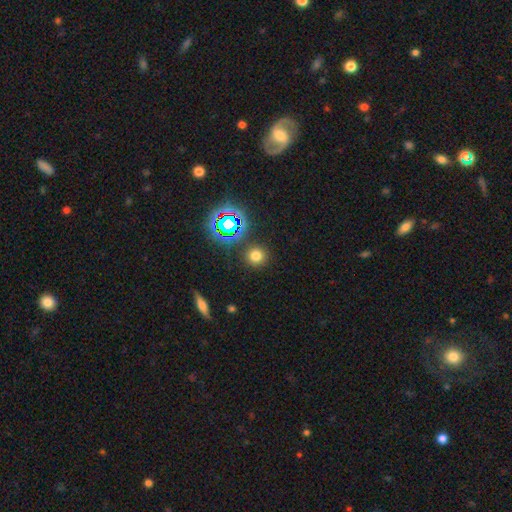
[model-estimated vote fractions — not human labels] A smooth galaxy with no disk features (69%) that is round (91%). Merging: none (88%).